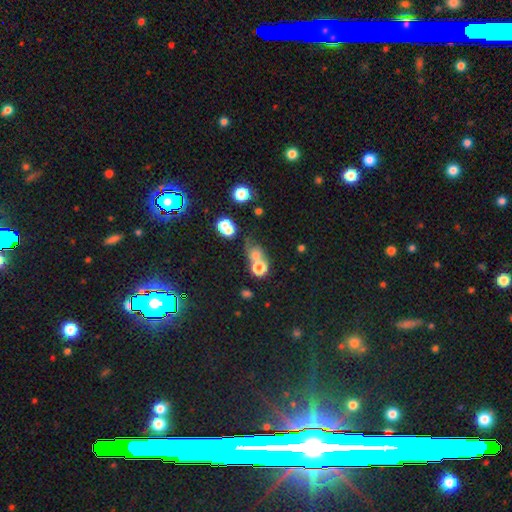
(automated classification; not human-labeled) Smooth or featured? Predicted: smooth (p=0.68). How rounded? Predicted: round (p=0.75). Merging? Predicted: merger (p=0.44).